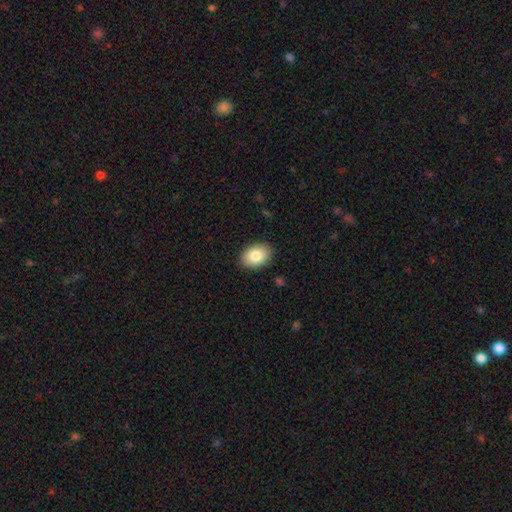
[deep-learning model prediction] A smooth galaxy with no disk features (84%) that is in between round and cigar-shaped (81%). Merging: none (89%).